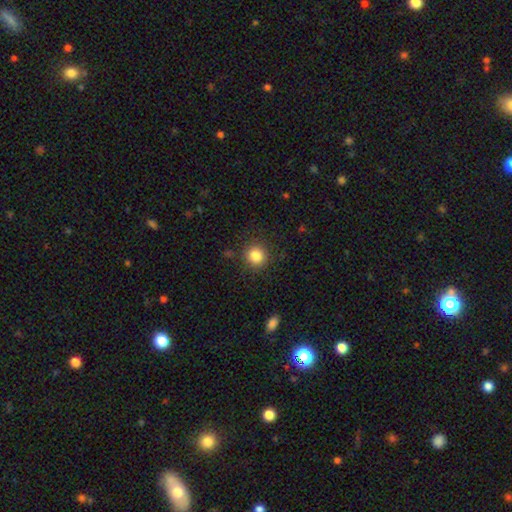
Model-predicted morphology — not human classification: Smooth or featured? Predicted: smooth (p=0.84). How rounded? Predicted: round (p=0.92). Merging? Predicted: none (p=0.89).